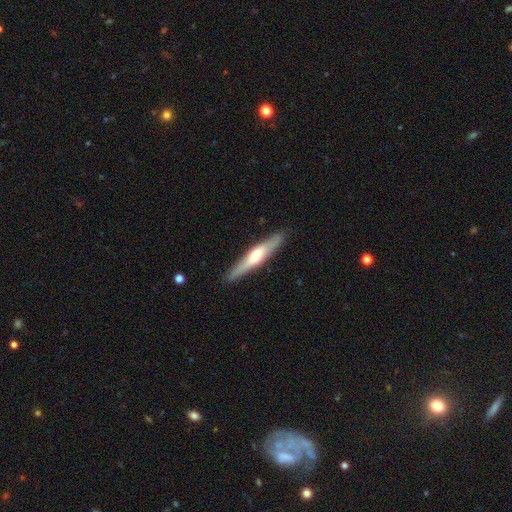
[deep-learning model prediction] Overall: featured or disk (52%; smooth 43%). Edge-on disk: yes (92%). Merging: none (88%).